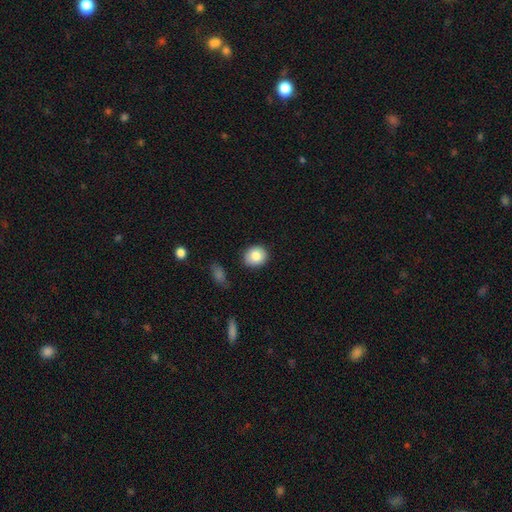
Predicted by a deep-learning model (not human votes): The model was most divided on "how rounded": round: 75%, in between: 24%, cigar-shaped: 1%. More confident: merging — none (87%); smooth or featured — smooth (84%).